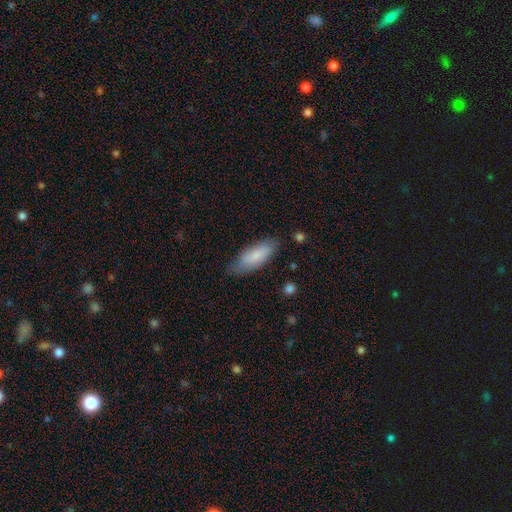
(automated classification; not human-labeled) A smooth galaxy with no disk features (82%) that is in between round and cigar-shaped (70%). Merging: none (73%).